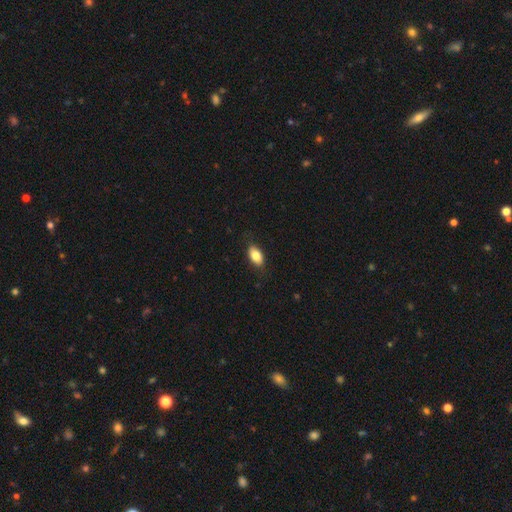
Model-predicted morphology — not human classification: Overall: smooth (83%). How rounded: in between (91%). Merging: none (84%).